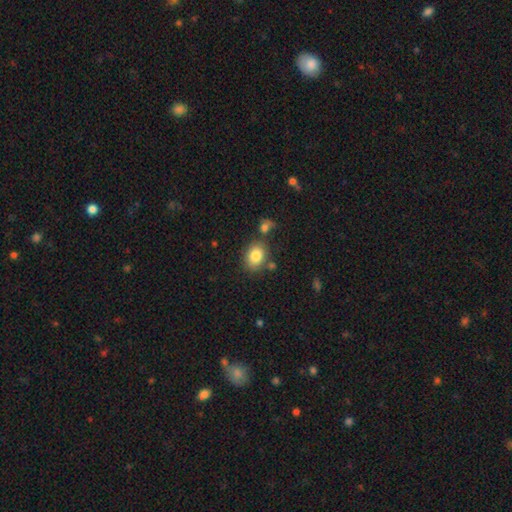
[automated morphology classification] smooth 83%, star or artifact 9%, featured or disk 8%. Down the decision tree: how rounded — in between (64%); merging — none (72%).